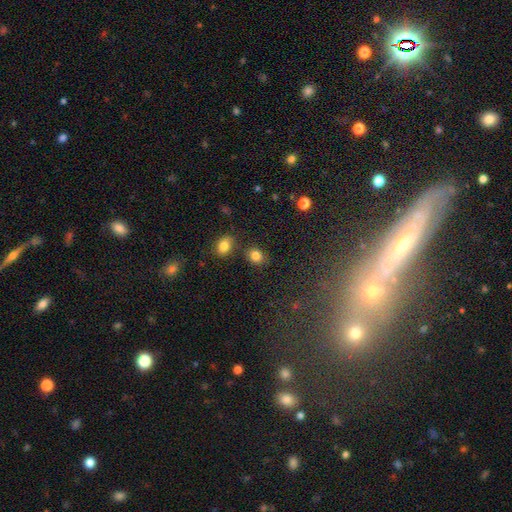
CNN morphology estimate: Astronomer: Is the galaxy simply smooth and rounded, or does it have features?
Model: smooth — 83%.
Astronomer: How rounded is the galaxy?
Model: round — 59% (runner-up: in between, 40%).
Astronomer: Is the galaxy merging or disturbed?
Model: none — 79%.